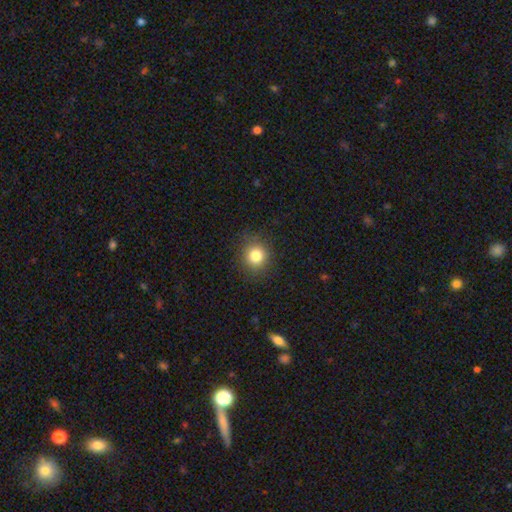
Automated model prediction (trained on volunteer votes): Q: Smooth or featured?
A: smooth (81%); runner-up: star or artifact (12%)
Q: How rounded?
A: round (87%); runner-up: in between (12%)
Q: Merging?
A: none (88%); runner-up: minor disturbance (9%)